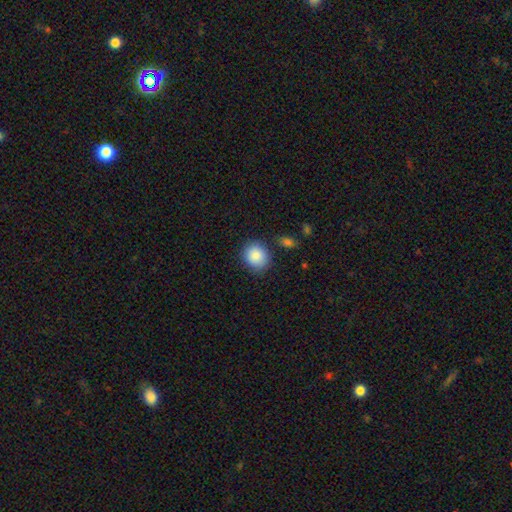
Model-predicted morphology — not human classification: Smooth or featured?
  - smooth: 88% *
  - star or artifact: 7%
  - featured or disk: 5%
How rounded?
  - round: 79% *
  - in between: 20%
  - cigar-shaped: 1%
Merging?
  - none: 81% *
  - minor disturbance: 13%
  - major disturbance: 3%
  - merger: 3%